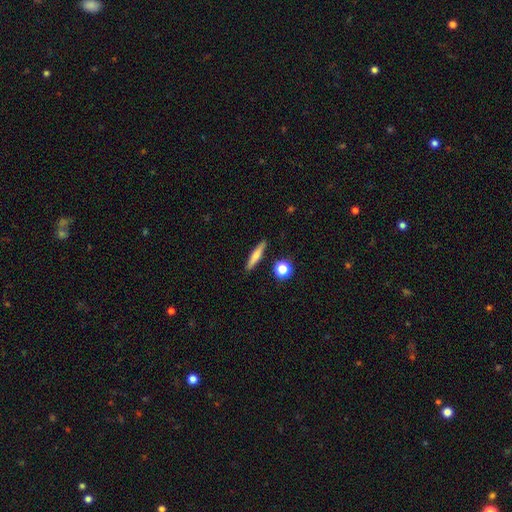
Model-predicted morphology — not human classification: This appears to be a smooth galaxy with no disk features (65%) that is cigar-shaped (86%). Merging: none (88%).